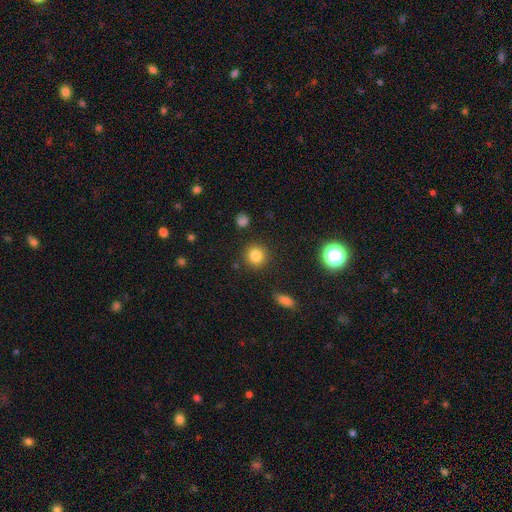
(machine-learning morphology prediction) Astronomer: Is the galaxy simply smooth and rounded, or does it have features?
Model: smooth — 82%.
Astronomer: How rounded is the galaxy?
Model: round — 91%.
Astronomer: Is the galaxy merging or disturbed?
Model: none — 89%.